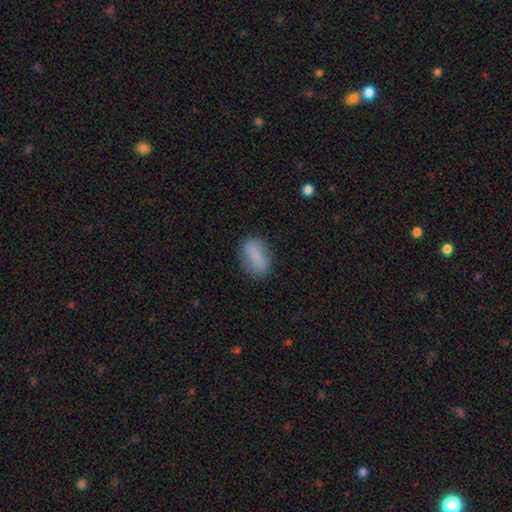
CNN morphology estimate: Overall: smooth (80%). How rounded: in between (85%). Merging: none (75%).